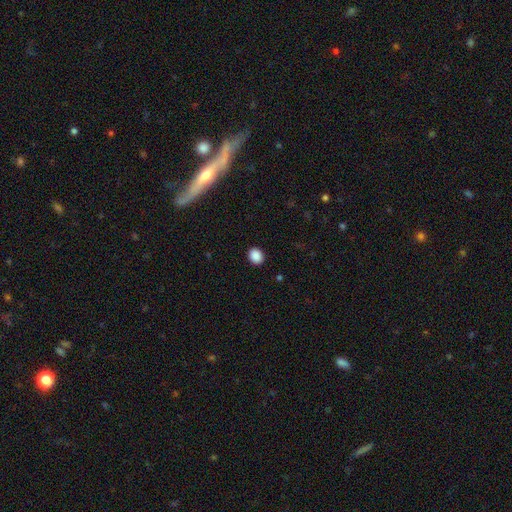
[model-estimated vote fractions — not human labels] smooth-or-featured: smooth: 89% | star or artifact: 9% | featured or disk: 3%
  how-rounded: round: 58% | in between: 41% | cigar-shaped: 1%
  merging: none: 91% | minor disturbance: 6% | major disturbance: 2% | merger: 1%